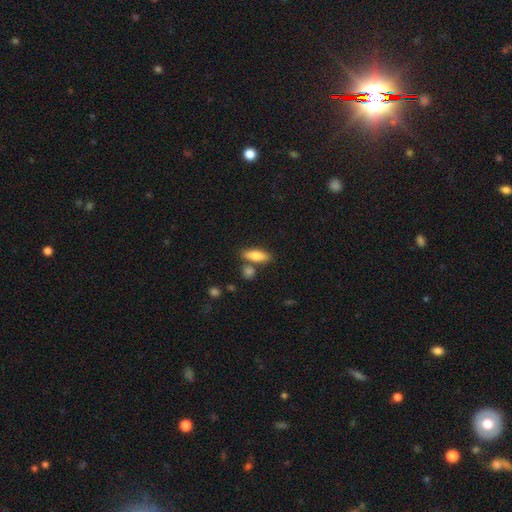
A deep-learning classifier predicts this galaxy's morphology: smooth_or_featured: smooth (p=0.77) [alt: featured or disk p=0.17]
how_rounded: in between (p=0.62) [alt: cigar-shaped p=0.34]
merging: none (p=0.71) [alt: merger p=0.14]